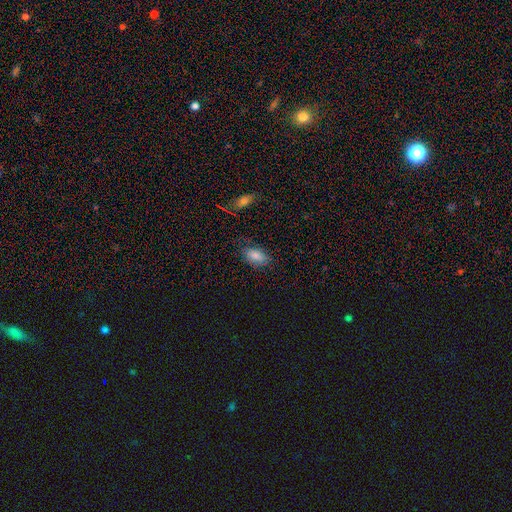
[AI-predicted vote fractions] This is clearly a smooth galaxy (80%). How rounded: clearly in between (90%). Merging: likely none (72%).